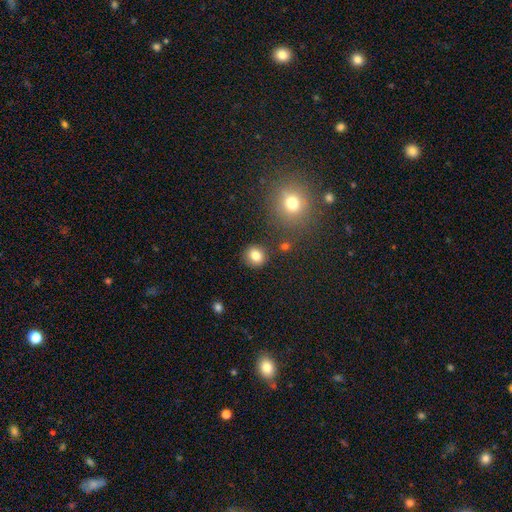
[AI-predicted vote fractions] Smooth or featured? Predicted: smooth (p=0.82). How rounded? Predicted: round (p=0.83). Merging? Predicted: none (p=0.87).